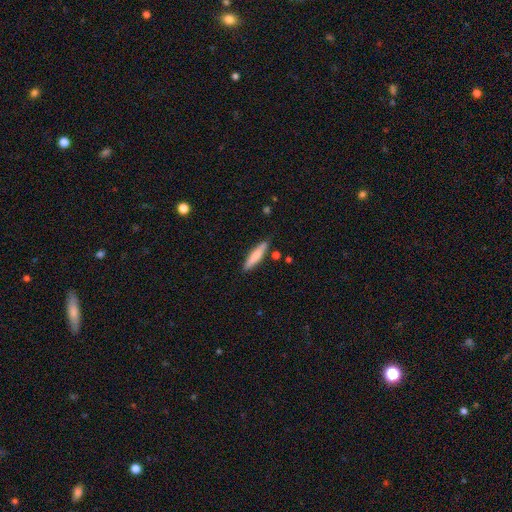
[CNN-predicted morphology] Smooth or featured: smooth — 72% (featured or disk — 22%)
How rounded: cigar-shaped — 85% (in between — 14%)
Merging: none — 85% (minor disturbance — 11%)